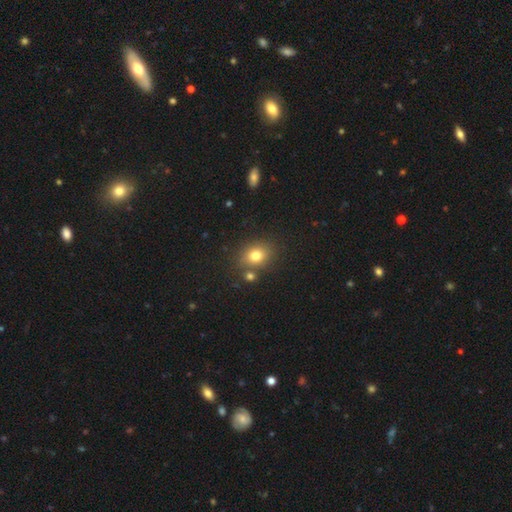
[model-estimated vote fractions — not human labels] Smooth or featured? smooth (78%)
How rounded? round (55%)
Merging? none (75%)